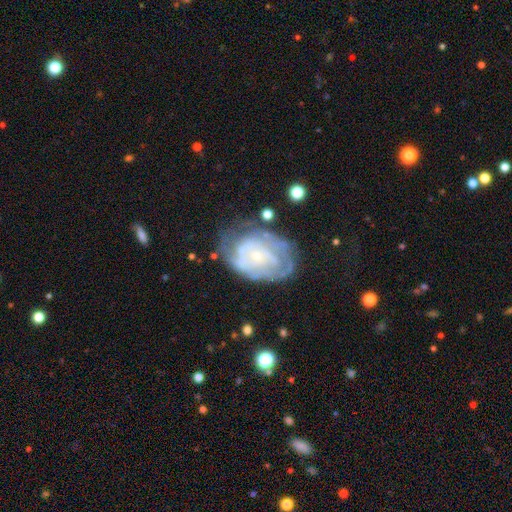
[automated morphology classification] Smooth or featured? Predicted: featured or disk (p=0.75). Edge-on disk? Predicted: no (p=0.97). Bar? Predicted: no (p=0.77). Spiral arms? Predicted: yes (p=0.72). Spiral winding? Predicted: tight (p=0.65). Spiral arm count? Predicted: can't tell (p=0.59). Bulge size? Predicted: small (p=0.79). Merging? Predicted: none (p=0.52).